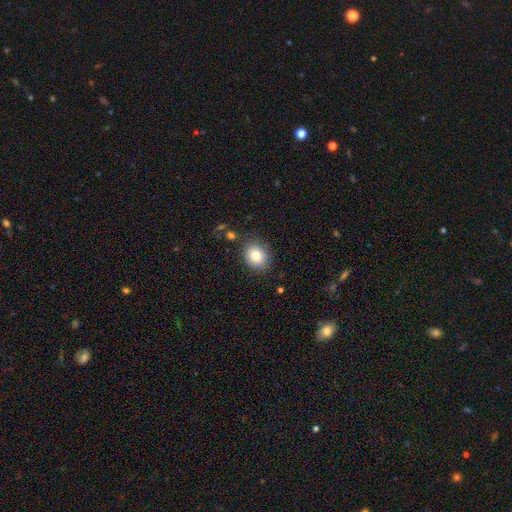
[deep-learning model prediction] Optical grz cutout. It shows a smooth galaxy with no disk features (81%) that is round (61%). Merging: none (83%).